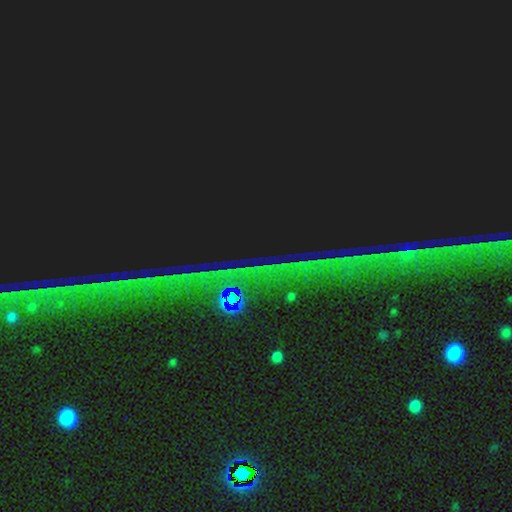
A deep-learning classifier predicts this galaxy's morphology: Q: Smooth or featured?
A: star or artifact (83%); runner-up: featured or disk (9%)